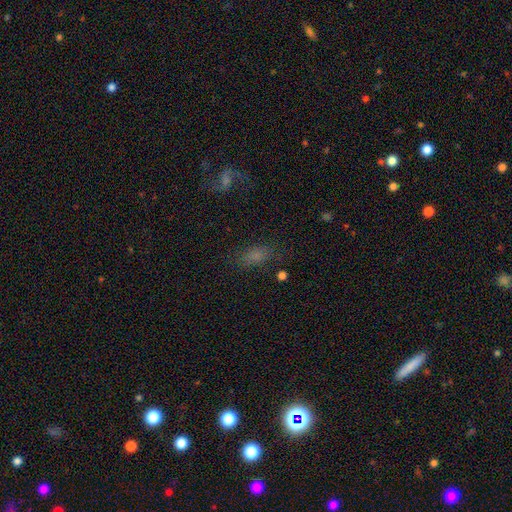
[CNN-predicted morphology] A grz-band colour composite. It shows a smooth galaxy with no disk features (63%) that is in between round and cigar-shaped (81%). Merging: none (69%).